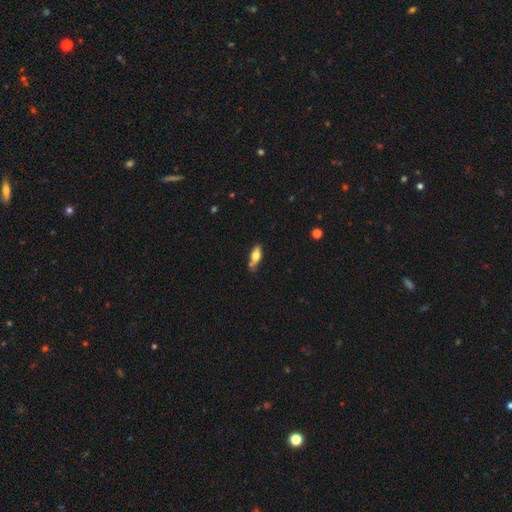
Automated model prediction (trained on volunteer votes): Smooth or featured? Predicted: smooth (p=0.63). How rounded? Predicted: in between (p=0.69). Merging? Predicted: none (p=0.63).